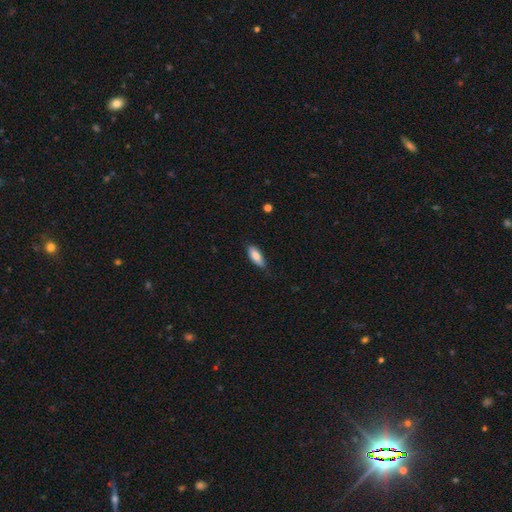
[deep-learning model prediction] Overall: smooth (79%). How rounded: in between (74%). Merging: none (72%).